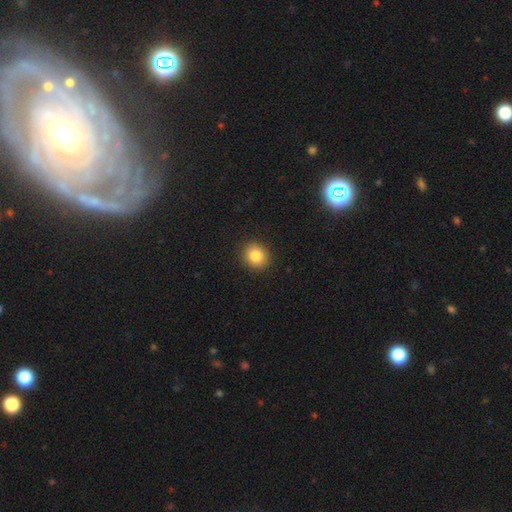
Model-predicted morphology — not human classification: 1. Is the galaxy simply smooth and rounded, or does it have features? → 84% smooth, 10% star or artifact, 6% featured or disk.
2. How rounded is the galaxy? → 80% round, 19% in between, 1% cigar-shaped.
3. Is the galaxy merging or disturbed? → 91% none, 6% minor disturbance, 2% major disturbance, 1% merger.